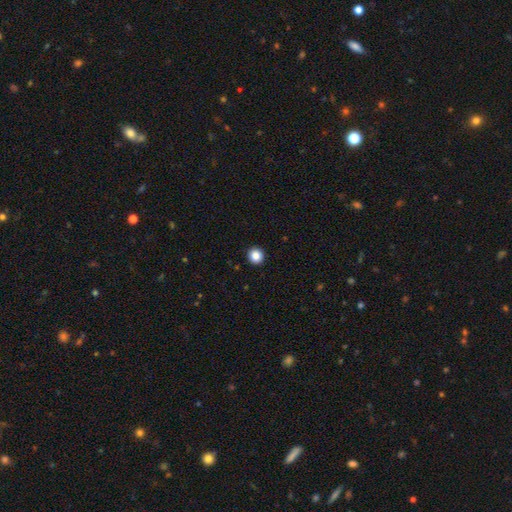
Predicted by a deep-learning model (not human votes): Morphology: type=smooth (86%); roundness=round (94%); merging=none (94%).